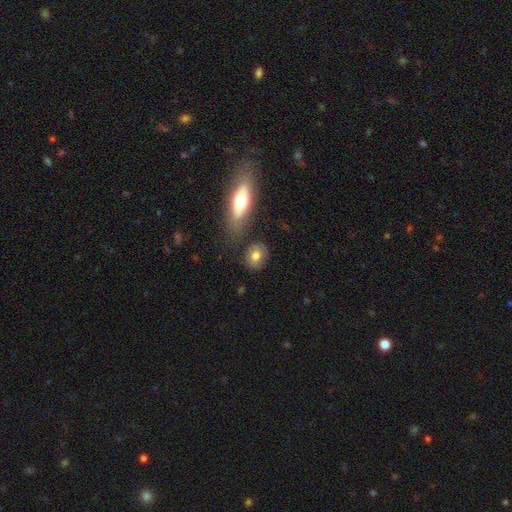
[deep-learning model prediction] Q: Smooth or featured?
A: smooth (75%); runner-up: featured or disk (17%)
Q: How rounded?
A: round (50%); runner-up: in between (47%)
Q: Merging?
A: none (78%); runner-up: minor disturbance (12%)